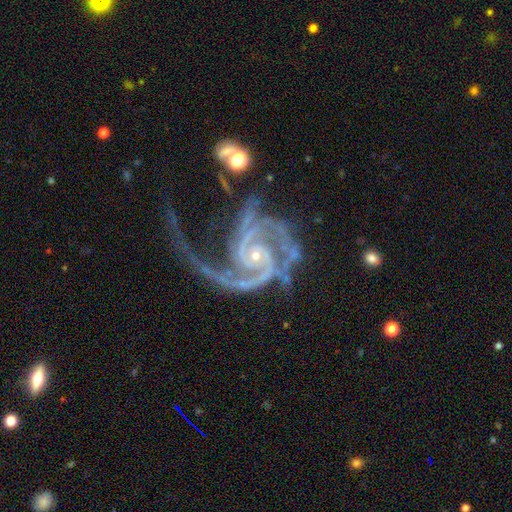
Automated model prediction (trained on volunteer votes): A featured or disk galaxy (93%) with no bar (62%), 2 (46%) medium (48%) spiral arms (99%) and a small central bulge (81%). Merging: major disturbance (38%).